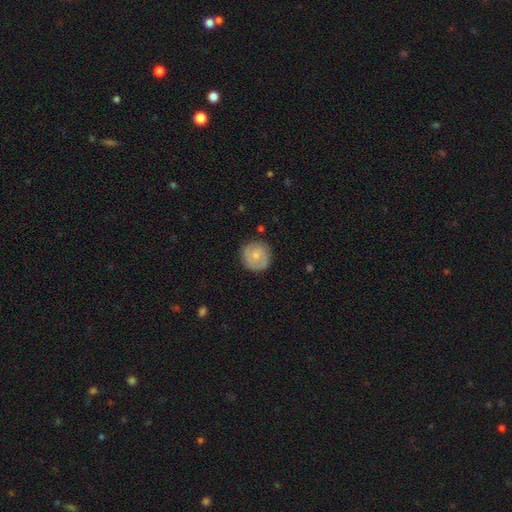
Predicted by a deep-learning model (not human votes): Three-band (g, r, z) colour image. It shows a smooth galaxy with no disk features (51%) that is round (93%). Merging: none (83%).